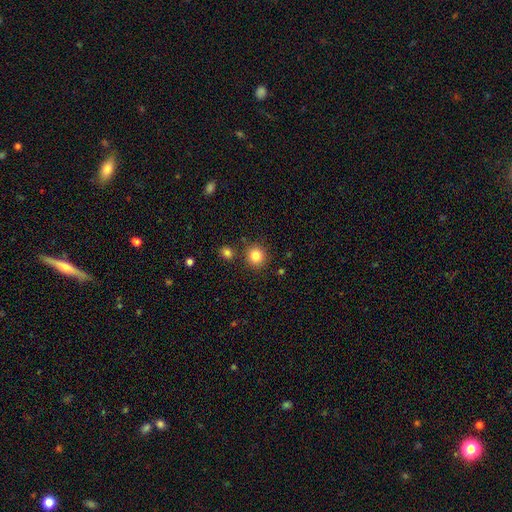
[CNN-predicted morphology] Smooth or featured? smooth (84%)
How rounded? round (91%)
Merging? none (86%)